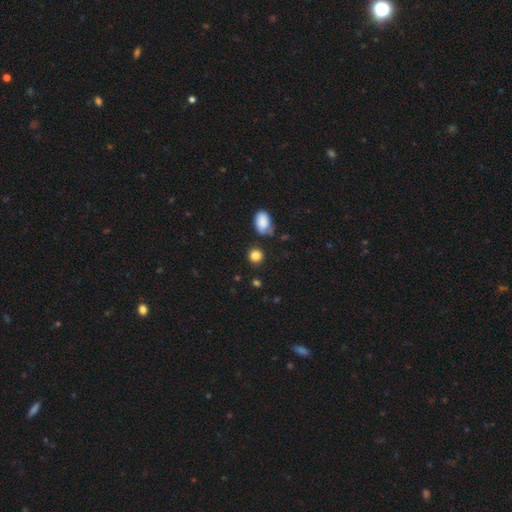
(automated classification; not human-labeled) The model was most divided on "how rounded": round: 83%, in between: 16%, cigar-shaped: 1%. More confident: smooth or featured — smooth (85%); merging — none (81%).